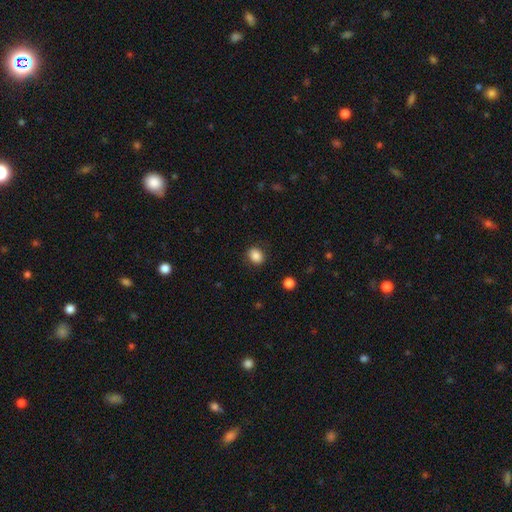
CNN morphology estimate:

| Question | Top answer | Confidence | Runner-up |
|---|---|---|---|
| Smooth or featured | smooth | 86% | star or artifact (10%) |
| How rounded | round | 54% | in between (45%) |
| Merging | none | 86% | minor disturbance (10%) |